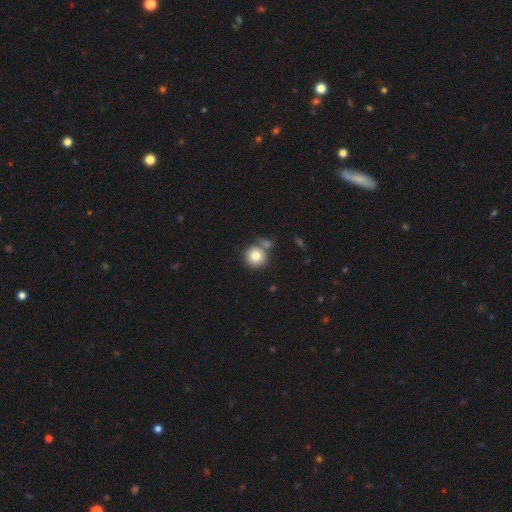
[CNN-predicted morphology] A smooth galaxy with no disk features (81%) that is round (93%). Merging: none (64%).